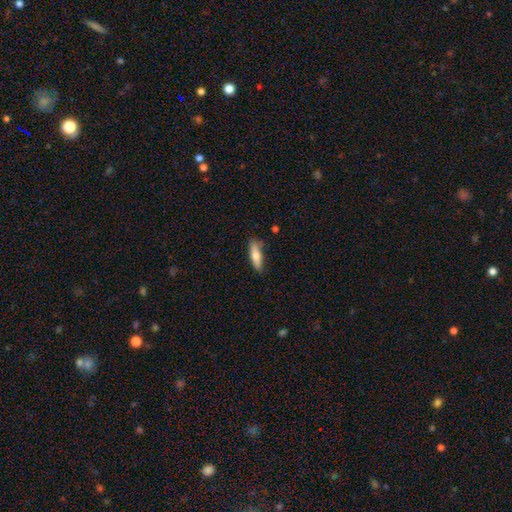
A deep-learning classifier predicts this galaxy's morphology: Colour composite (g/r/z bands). It shows a smooth galaxy with no disk features (71%) that is cigar-shaped (57%). Merging: none (79%).